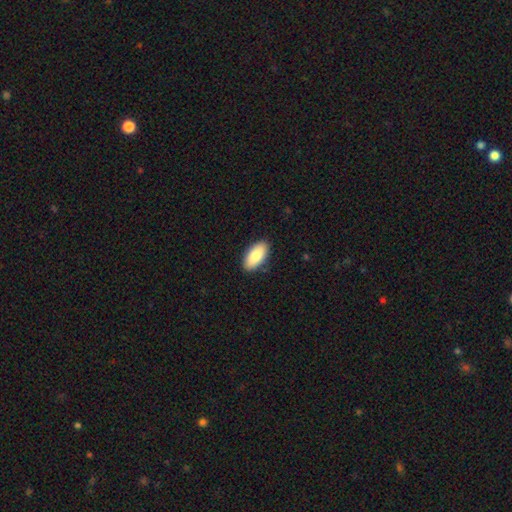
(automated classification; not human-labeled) Q: Smooth or featured?
A: smooth (83%); runner-up: featured or disk (10%)
Q: How rounded?
A: in between (93%); runner-up: cigar-shaped (5%)
Q: Merging?
A: none (88%); runner-up: minor disturbance (9%)